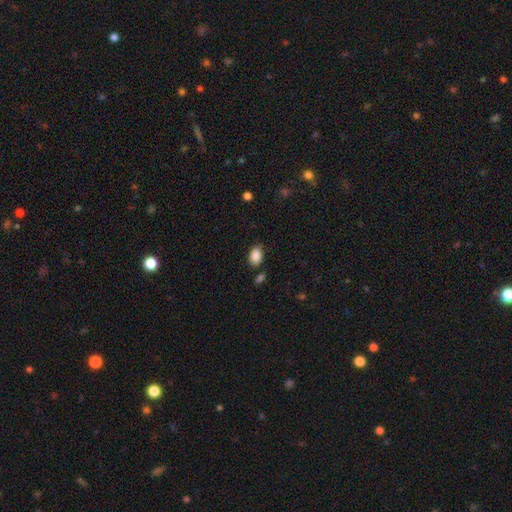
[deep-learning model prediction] Morphology: type=smooth (88%); roundness=in between (86%); merging=none (76%).